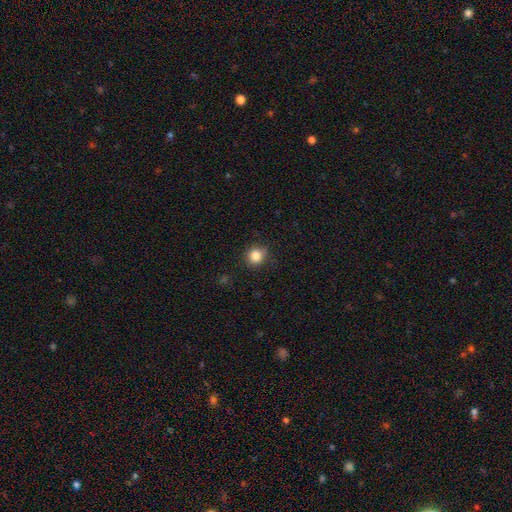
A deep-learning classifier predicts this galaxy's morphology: This is clearly a smooth galaxy (85%). How rounded: clearly round (86%). Merging: clearly none (84%).